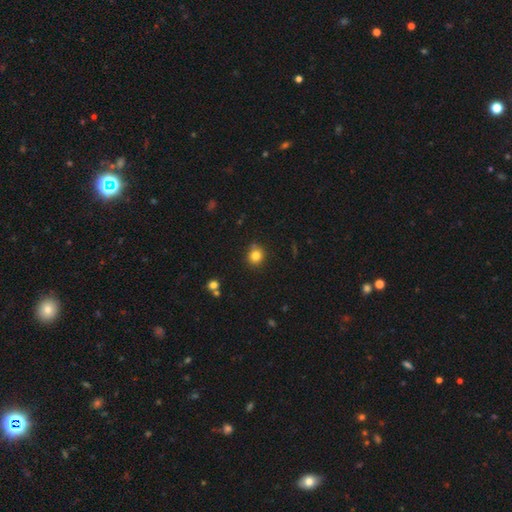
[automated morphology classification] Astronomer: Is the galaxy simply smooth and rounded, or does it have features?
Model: smooth — 82%.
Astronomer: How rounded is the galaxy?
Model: round — 84%.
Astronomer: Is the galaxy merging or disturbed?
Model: none — 82%.